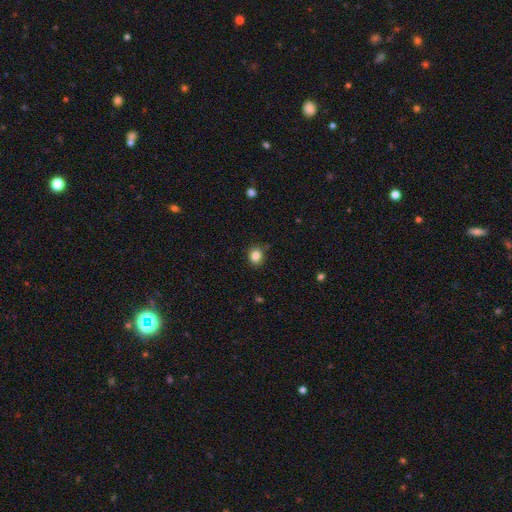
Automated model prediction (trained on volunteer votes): Smooth or featured: smooth — 83% (star or artifact — 11%)
How rounded: round — 71% (in between — 28%)
Merging: none — 84% (minor disturbance — 12%)